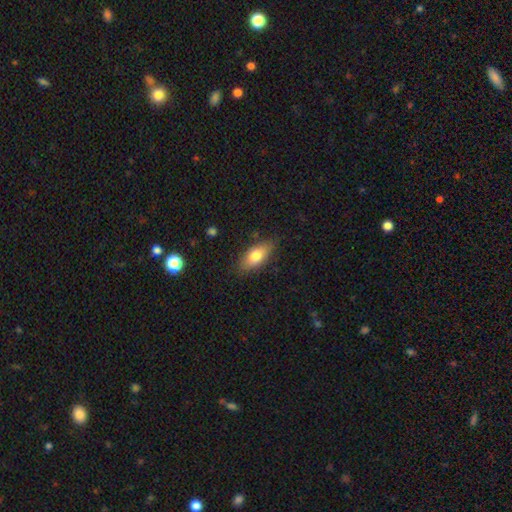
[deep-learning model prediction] Smooth or featured: smooth — 75% (featured or disk — 17%)
How rounded: in between — 84% (cigar-shaped — 12%)
Merging: none — 82% (minor disturbance — 14%)